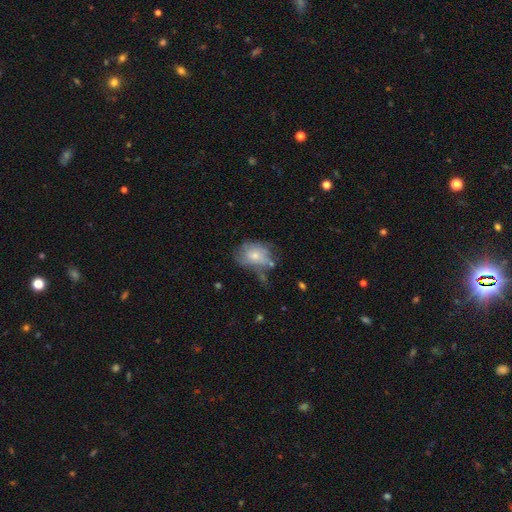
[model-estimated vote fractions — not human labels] Overall: smooth (52%; featured or disk 40%). How rounded: in between (66%; round 33%). Merging: none (38%; minor disturbance 31%).